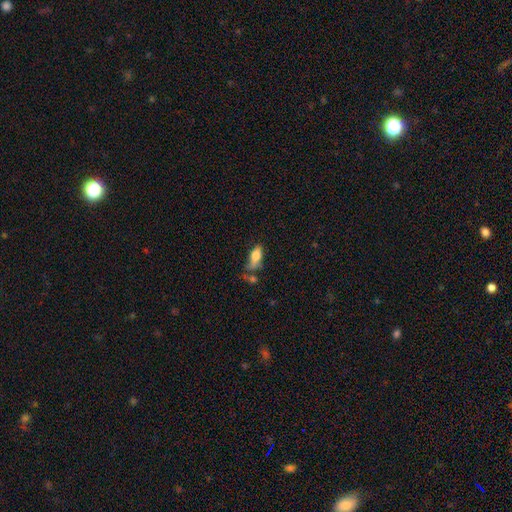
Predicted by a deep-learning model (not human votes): Smooth or featured? Predicted: smooth (p=0.72). How rounded? Predicted: in between (p=0.79). Merging? Predicted: none (p=0.40).